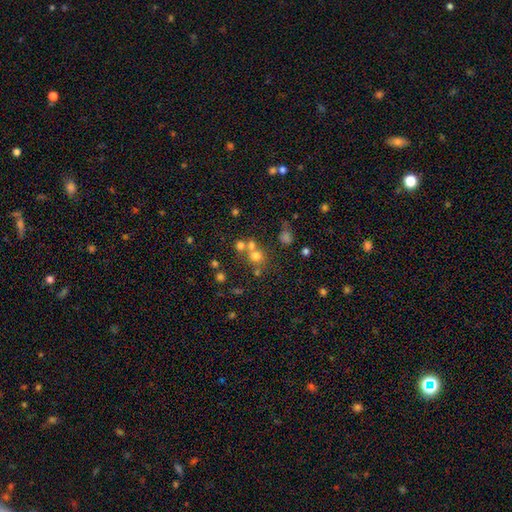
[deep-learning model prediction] Morphology: type=smooth (64%); roundness=round (85%); merging=none (51%).